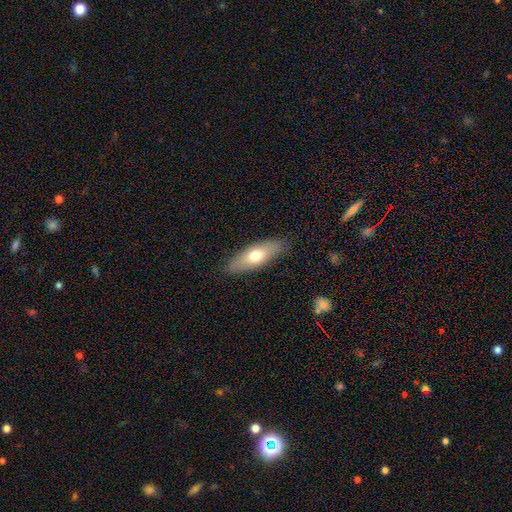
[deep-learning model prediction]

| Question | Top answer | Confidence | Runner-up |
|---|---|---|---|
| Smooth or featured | smooth | 65% | featured or disk (29%) |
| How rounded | in between | 66% | cigar-shaped (32%) |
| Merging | none | 86% | minor disturbance (11%) |